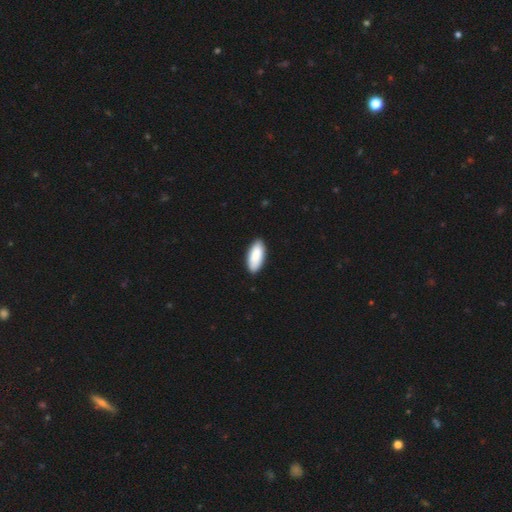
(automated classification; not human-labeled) Smooth or featured? Predicted: smooth (p=0.89). How rounded? Predicted: in between (p=0.86). Merging? Predicted: none (p=0.89).